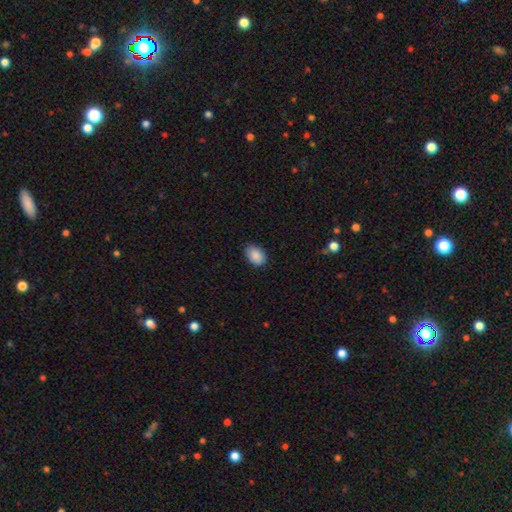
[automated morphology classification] Smooth or featured: smooth — 88% (star or artifact — 7%)
How rounded: in between — 84% (round — 15%)
Merging: none — 84% (minor disturbance — 13%)